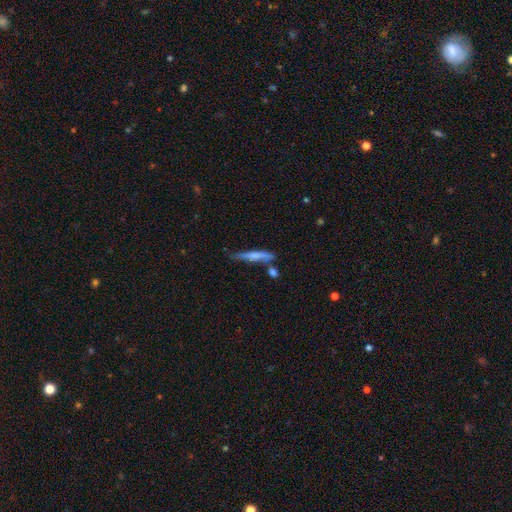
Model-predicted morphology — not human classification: smooth_or_featured: smooth (p=0.59) [alt: featured or disk p=0.34]
how_rounded: cigar-shaped (p=0.91) [alt: in between p=0.07]
merging: none (p=0.60) [alt: minor disturbance p=0.22]